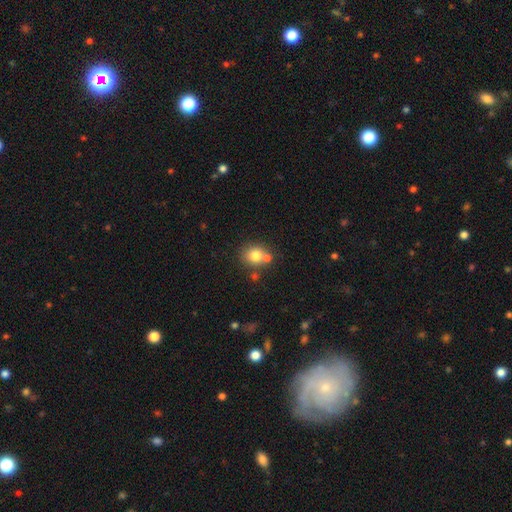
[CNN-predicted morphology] smooth_or_featured: smooth (p=0.77) [alt: featured or disk p=0.12]
how_rounded: round (p=0.74) [alt: in between p=0.25]
merging: none (p=0.60) [alt: merger p=0.26]